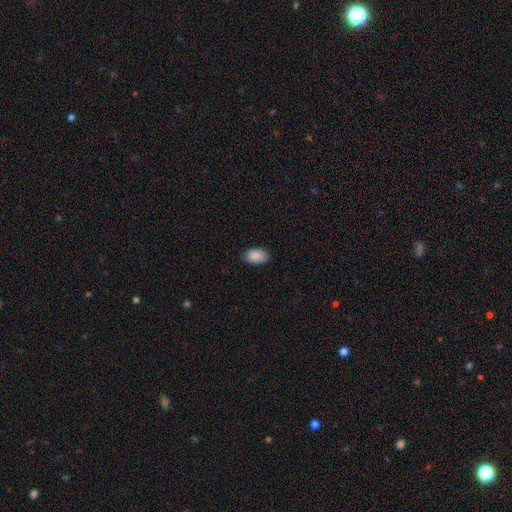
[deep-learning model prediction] smooth-or-featured: smooth: 89% | star or artifact: 7% | featured or disk: 4%
  how-rounded: in between: 92% | round: 6% | cigar-shaped: 1%
  merging: none: 83% | minor disturbance: 13% | major disturbance: 2% | merger: 1%